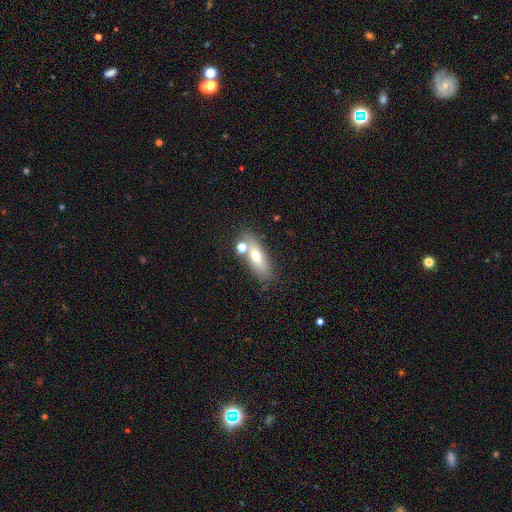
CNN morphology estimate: Overall: smooth (65%). How rounded: in between (65%; cigar-shaped 30%). Merging: none (65%).